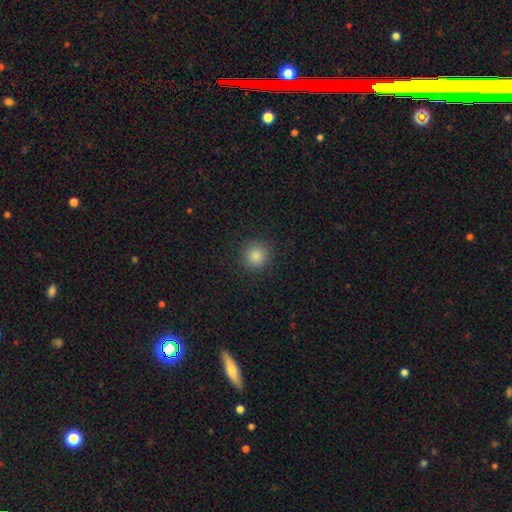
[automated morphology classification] This is clearly a smooth galaxy (85%). How rounded: clearly round (94%). Merging: clearly none (92%).